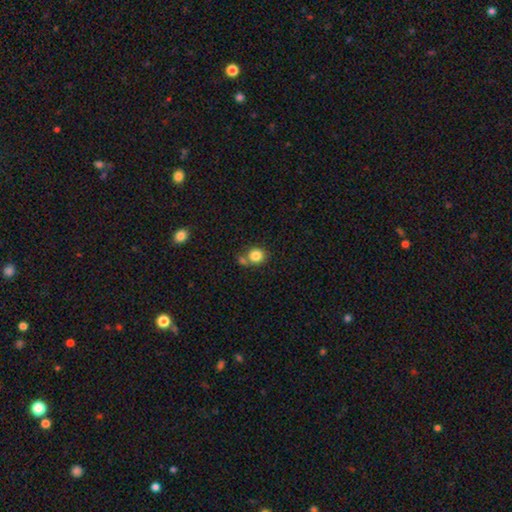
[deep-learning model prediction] Q: Smooth or featured?
A: smooth (84%); runner-up: star or artifact (10%)
Q: How rounded?
A: round (85%); runner-up: in between (14%)
Q: Merging?
A: none (59%); runner-up: merger (27%)